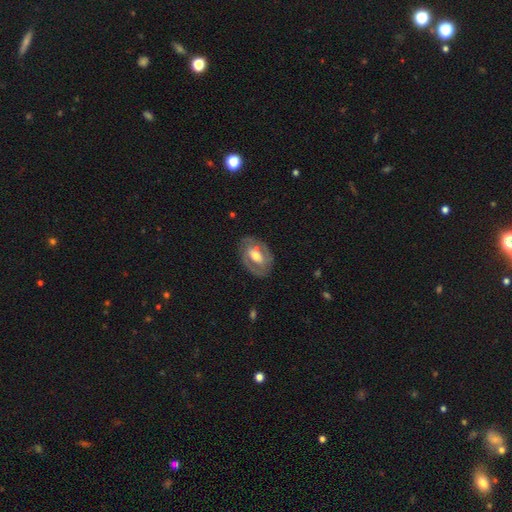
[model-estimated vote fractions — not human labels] Smooth or featured?
  - featured or disk: 71% *
  - smooth: 23%
  - star or artifact: 5%
Edge-on disk?
  - no: 94% *
  - yes: 6%
Bar?
  - weak: 39% *
  - strong: 31%
  - no: 29%
Spiral arms?
  - yes: 62% *
  - no: 38%
Bulge size?
  - moderate: 68% *
  - small: 18%
  - large: 12%
  - none: 1%
  - dominant: 1%
Merging?
  - none: 72% *
  - minor disturbance: 19%
  - major disturbance: 8%
  - merger: 2%